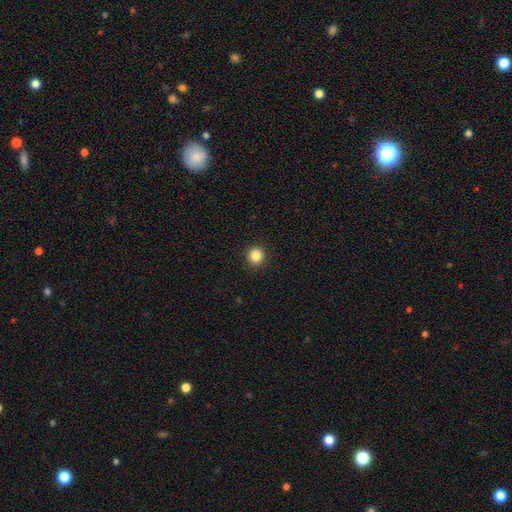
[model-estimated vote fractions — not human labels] This is clearly a smooth galaxy (85%). How rounded: clearly round (93%). Merging: clearly none (93%).